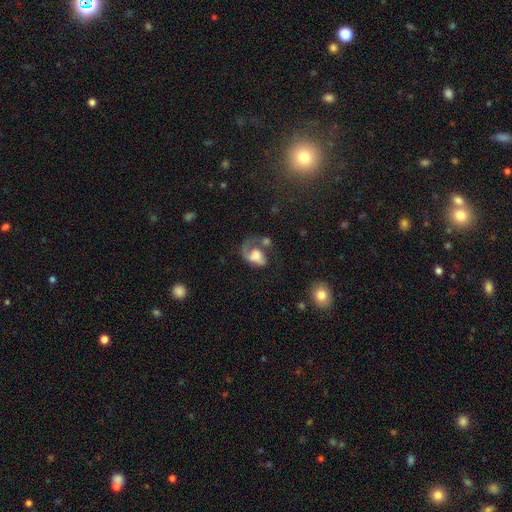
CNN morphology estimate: Smooth or featured?
  - featured or disk: 58% *
  - smooth: 33%
  - star or artifact: 9%
Edge-on disk?
  - no: 97% *
  - yes: 3%
Bar?
  - no: 69% *
  - weak: 24%
  - strong: 7%
Spiral arms?
  - yes: 79% *
  - no: 21%
Bulge size?
  - large: 37% *
  - moderate: 26%
  - none: 18%
  - small: 12%
  - dominant: 8%
Merging?
  - major disturbance: 42% *
  - none: 25%
  - merger: 17%
  - minor disturbance: 15%